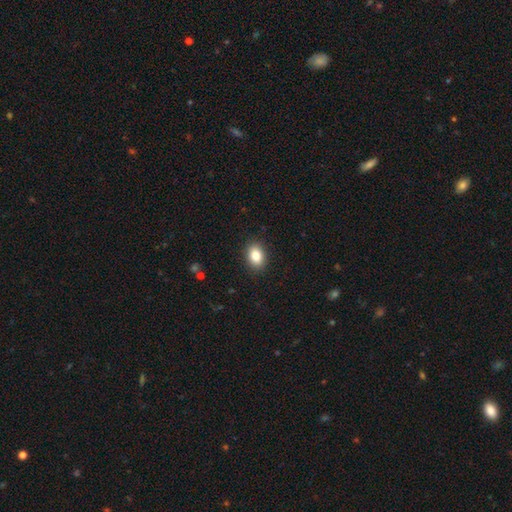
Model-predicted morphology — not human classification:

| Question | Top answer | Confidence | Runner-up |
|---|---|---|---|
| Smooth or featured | smooth | 85% | star or artifact (8%) |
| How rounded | in between | 79% | round (20%) |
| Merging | none | 89% | minor disturbance (8%) |